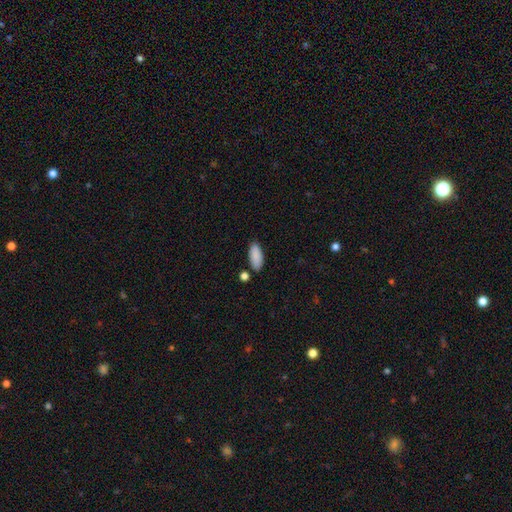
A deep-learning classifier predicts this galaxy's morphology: This is clearly a smooth galaxy (89%). How rounded: clearly in between (85%). Merging: clearly none (81%).